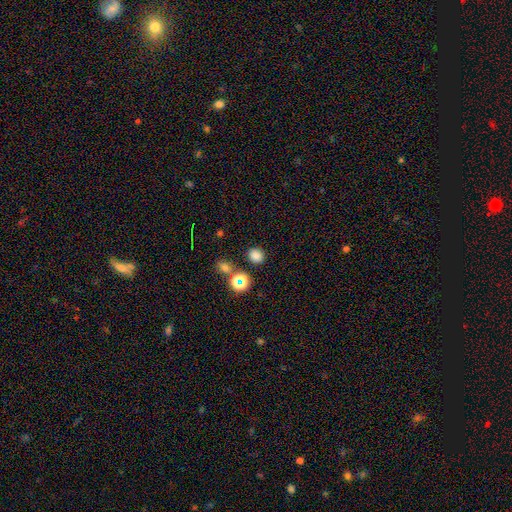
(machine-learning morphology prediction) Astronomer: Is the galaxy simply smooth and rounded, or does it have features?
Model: smooth — 77%.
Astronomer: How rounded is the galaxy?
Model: round — 77%.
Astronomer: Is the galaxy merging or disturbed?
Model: none — 85%.